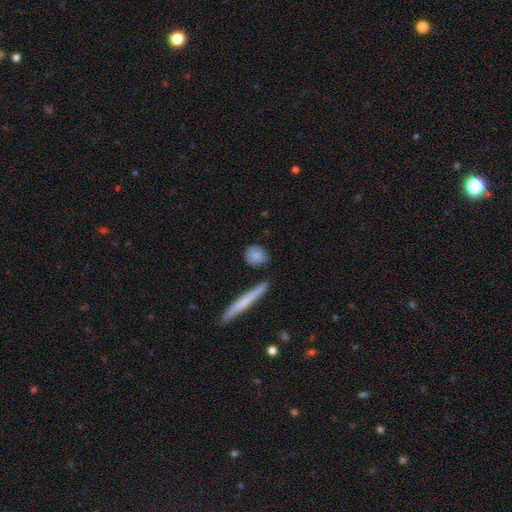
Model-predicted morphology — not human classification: The model was most divided on "how rounded": round: 63%, in between: 28%, cigar-shaped: 10%. More confident: smooth or featured — smooth (84%); merging — none (79%).